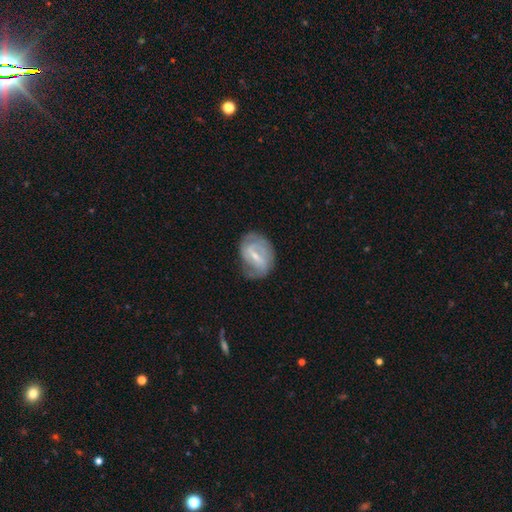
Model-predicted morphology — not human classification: Q: Smooth or featured?
A: featured or disk (75%); runner-up: smooth (19%)
Q: Edge-on disk?
A: no (96%); runner-up: yes (4%)
Q: Bar?
A: weak (46%); runner-up: strong (43%)
Q: Spiral arms?
A: yes (81%); runner-up: no (19%)
Q: Spiral winding?
A: tight (47%); runner-up: medium (37%)
Q: Spiral arm count?
A: 2 (55%); runner-up: can't tell (28%)
Q: Bulge size?
A: small (57%); runner-up: moderate (35%)
Q: Merging?
A: none (65%); runner-up: minor disturbance (24%)